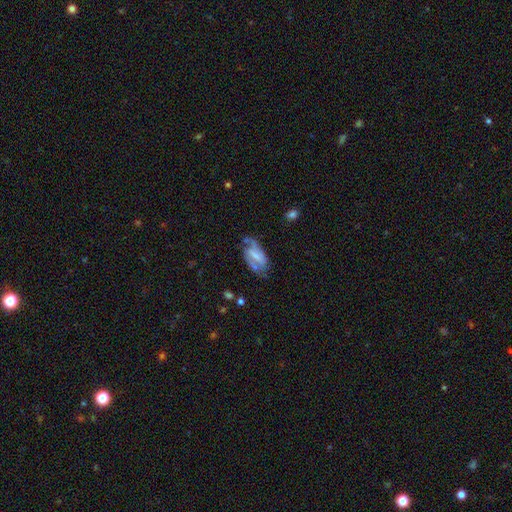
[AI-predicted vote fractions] Overall: featured or disk (69%). Edge-on disk: no (94%). Bar: weak (41%; strong 38%). Spiral arms: yes (84%). Spiral arm count: 2 (78%). Spiral winding: medium (46%; loose 29%). Bulge size: small (40%; none 30%). Merging: none (54%; minor disturbance 25%).